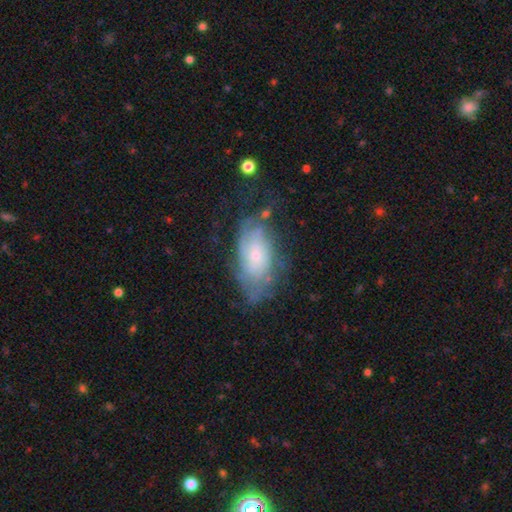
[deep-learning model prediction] Smooth or featured? Predicted: featured or disk (p=0.65). Edge-on disk? Predicted: no (p=0.93). Bar? Predicted: no (p=0.76). Spiral arms? Predicted: yes (p=0.82). Bulge size? Predicted: small (p=0.71). Merging? Predicted: none (p=0.55).